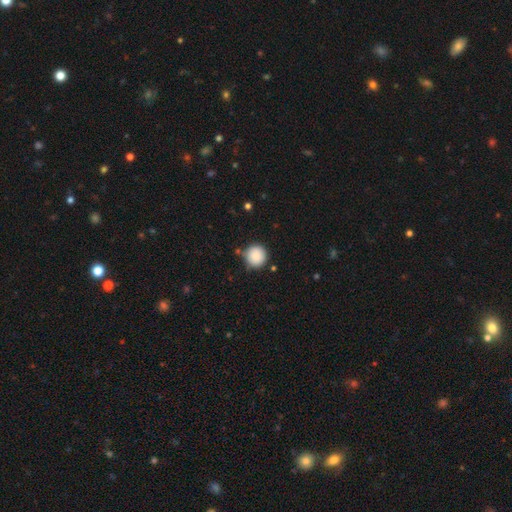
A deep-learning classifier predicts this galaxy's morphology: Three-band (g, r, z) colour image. It shows a smooth galaxy with no disk features (88%) that is round (95%). Merging: none (82%).